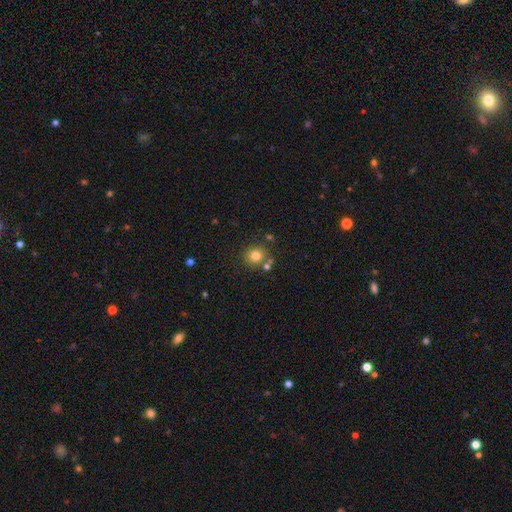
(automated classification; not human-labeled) Q: Smooth or featured?
A: smooth (79%); runner-up: star or artifact (13%)
Q: How rounded?
A: round (89%); runner-up: in between (10%)
Q: Merging?
A: none (77%); runner-up: merger (12%)